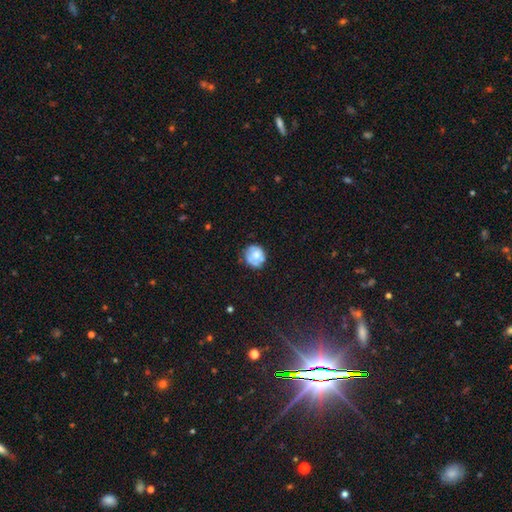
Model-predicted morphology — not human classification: The model was most divided on "smooth or featured": smooth: 56%, featured or disk: 34%, star or artifact: 10%. More confident: how rounded — round (79%); merging — none (61%).